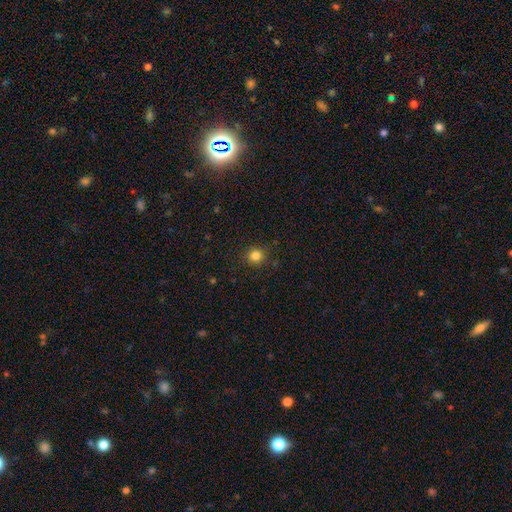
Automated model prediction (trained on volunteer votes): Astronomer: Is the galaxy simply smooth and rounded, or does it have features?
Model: smooth — 82%.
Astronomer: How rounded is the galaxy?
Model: round — 90%.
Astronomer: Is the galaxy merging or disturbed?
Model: none — 89%.